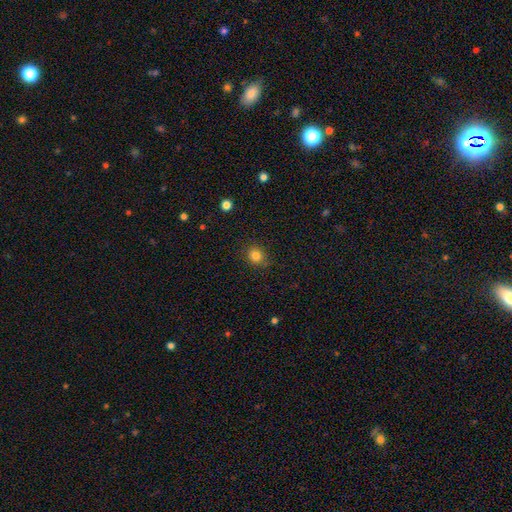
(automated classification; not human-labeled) A smooth galaxy with no disk features (83%) that is round (82%). Merging: none (85%).